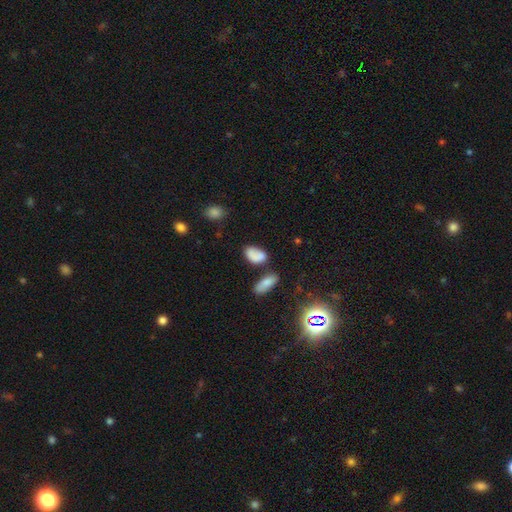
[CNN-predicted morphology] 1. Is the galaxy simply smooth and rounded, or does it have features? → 79% smooth, 11% featured or disk, 10% star or artifact.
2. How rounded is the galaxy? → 91% in between, 7% round, 2% cigar-shaped.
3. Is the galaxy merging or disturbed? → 51% none, 21% minor disturbance, 19% merger, 8% major disturbance.